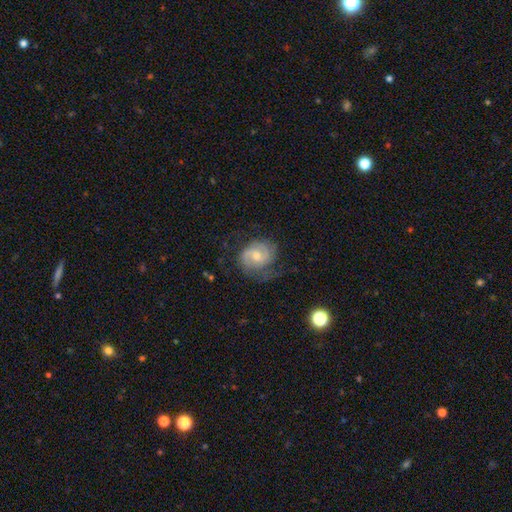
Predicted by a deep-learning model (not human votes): This is likely a featured or disk galaxy (73%). It is clearly not viewed edge-on (98%). Bar: possibly no (54%). Spiral arm pattern: clearly yes (92%). Spiral arm count: likely 2 (68%). Spiral winding: marginally medium (42%). Central bulge: possibly moderate (51%). Merging: possibly none (59%).